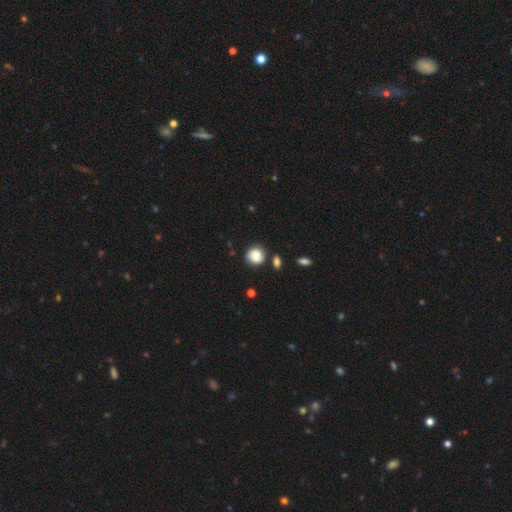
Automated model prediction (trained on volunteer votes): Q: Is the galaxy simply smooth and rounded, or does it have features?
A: smooth — 83%.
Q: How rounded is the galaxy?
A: round — 86%.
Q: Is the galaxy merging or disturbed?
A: none — 76%.